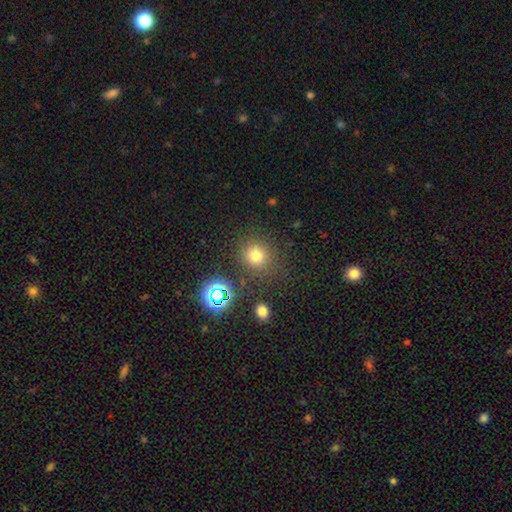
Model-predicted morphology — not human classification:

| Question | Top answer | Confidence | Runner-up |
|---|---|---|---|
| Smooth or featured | smooth | 71% | star or artifact (22%) |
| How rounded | round | 87% | in between (12%) |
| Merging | none | 81% | minor disturbance (10%) |